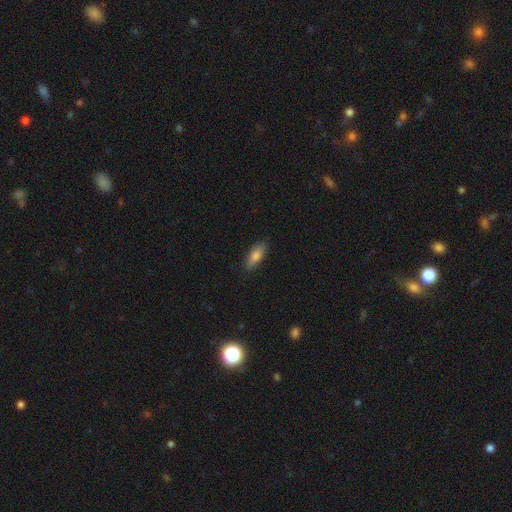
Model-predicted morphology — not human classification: Smooth or featured? smooth (79%)
How rounded? in between (66%)
Merging? none (84%)